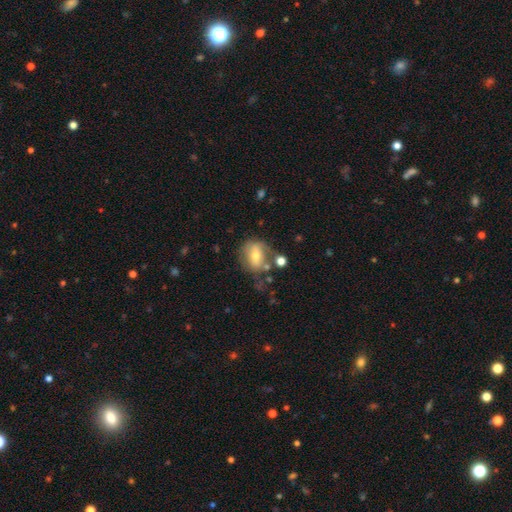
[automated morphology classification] This is possibly a smooth galaxy (52%). How rounded: possibly round (51%). Merging: possibly none (48%).